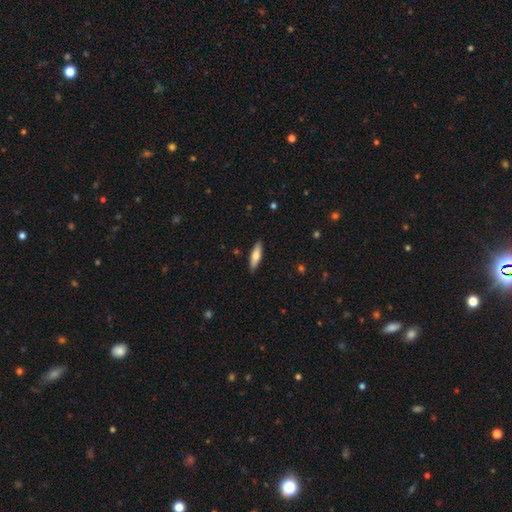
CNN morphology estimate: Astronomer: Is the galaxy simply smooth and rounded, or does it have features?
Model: smooth — 69%.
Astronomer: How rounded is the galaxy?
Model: cigar-shaped — 59% (runner-up: in between, 39%).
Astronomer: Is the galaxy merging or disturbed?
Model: none — 90%.